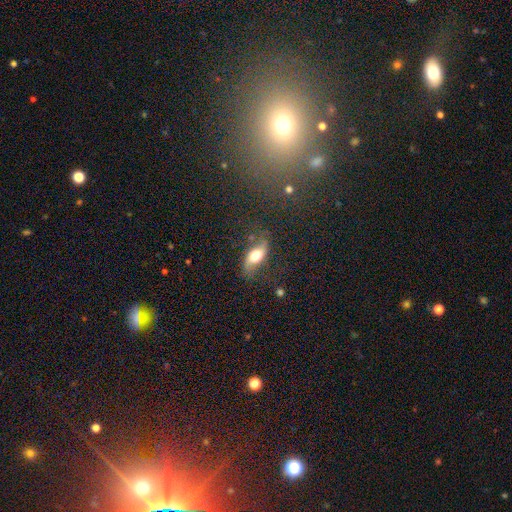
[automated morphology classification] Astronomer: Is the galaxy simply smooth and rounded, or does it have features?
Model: featured or disk — 54% (runner-up: smooth, 38%).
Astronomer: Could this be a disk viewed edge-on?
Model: no — 83%.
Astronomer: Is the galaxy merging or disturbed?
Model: none — 65%.